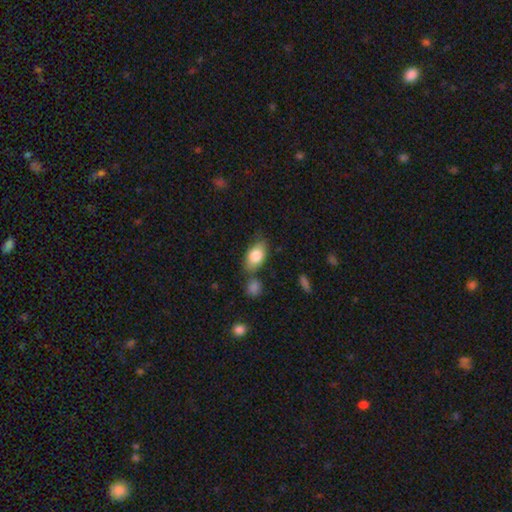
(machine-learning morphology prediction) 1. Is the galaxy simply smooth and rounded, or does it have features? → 81% smooth, 12% featured or disk, 6% star or artifact.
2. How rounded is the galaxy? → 89% in between, 8% round, 3% cigar-shaped.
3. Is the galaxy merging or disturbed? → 66% none, 19% minor disturbance, 11% merger, 5% major disturbance.